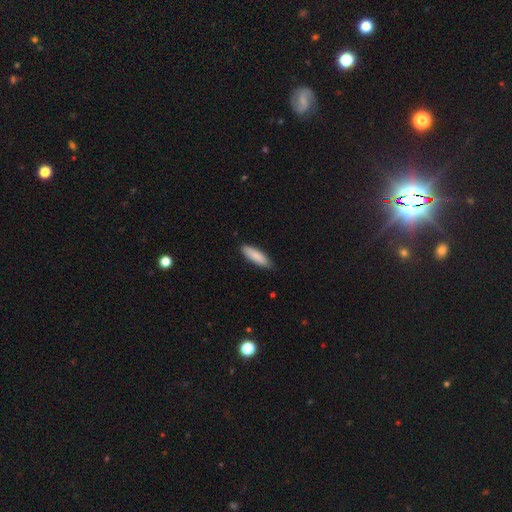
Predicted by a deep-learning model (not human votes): Smooth or featured? smooth (87%)
How rounded? cigar-shaped (57%)
Merging? none (85%)